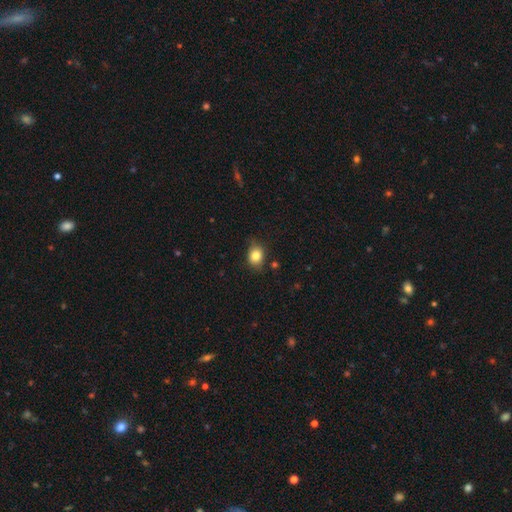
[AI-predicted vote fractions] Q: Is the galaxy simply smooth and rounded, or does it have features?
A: smooth — 82%.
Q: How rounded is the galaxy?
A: round — 51%.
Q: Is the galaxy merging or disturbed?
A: none — 76%.